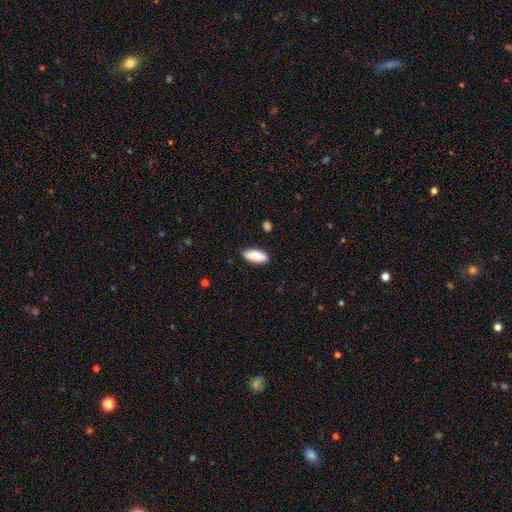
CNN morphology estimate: smooth_or_featured: smooth (p=0.85) [alt: featured or disk p=0.10]
how_rounded: in between (p=0.83) [alt: cigar-shaped p=0.15]
merging: none (p=0.86) [alt: minor disturbance p=0.11]